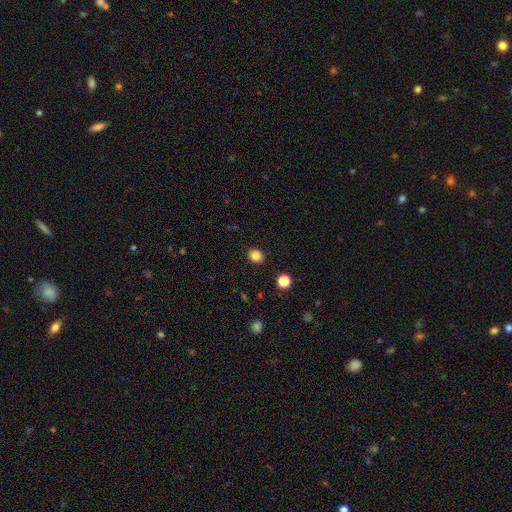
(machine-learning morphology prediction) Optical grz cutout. It shows a smooth galaxy with no disk features (84%) that is round (77%). Merging: none (91%).